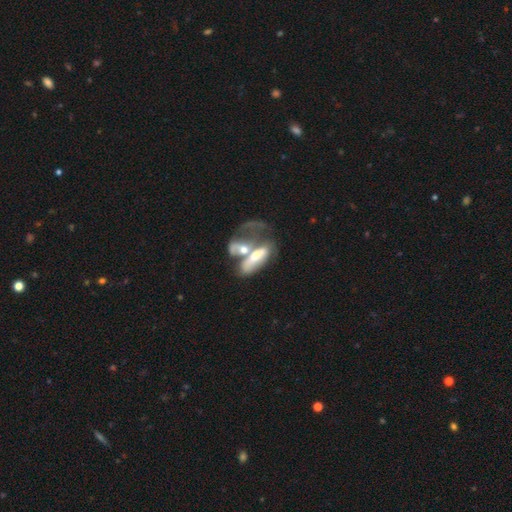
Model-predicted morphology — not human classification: Smooth or featured: smooth — 48% (featured or disk — 44%)
Merging: merger — 61% (major disturbance — 21%)